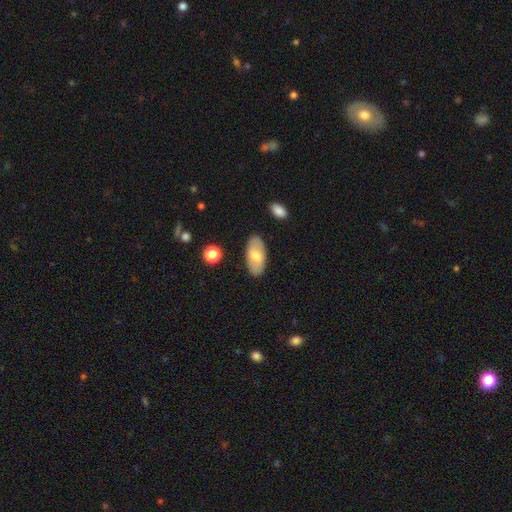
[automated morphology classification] smooth 66%, featured or disk 29%, star or artifact 6%. Down the decision tree: how rounded — in between (93%); merging — none (86%).